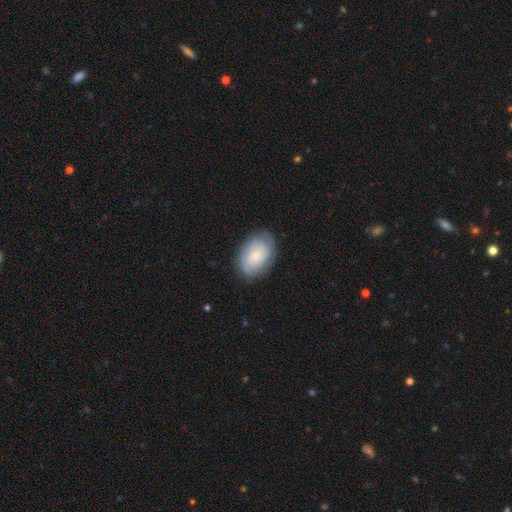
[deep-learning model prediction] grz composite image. It shows a smooth galaxy with no disk features (47%). Merging: none (79%).